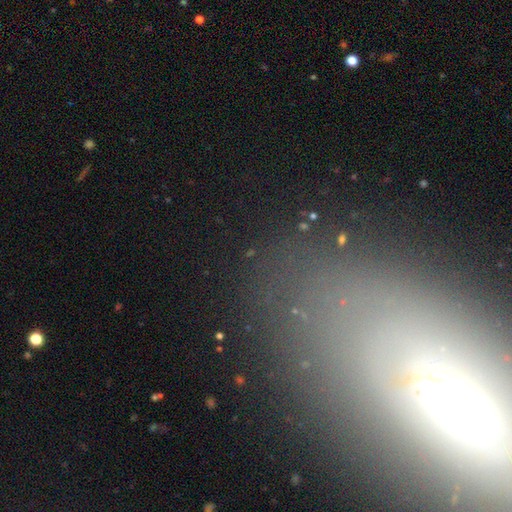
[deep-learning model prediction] smooth-or-featured: star or artifact: 50% | smooth: 26% | featured or disk: 24%